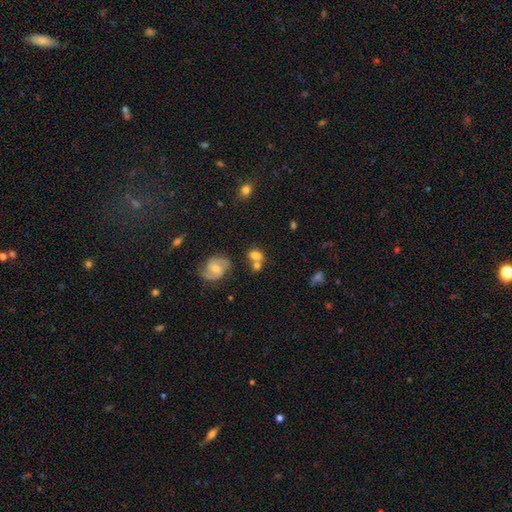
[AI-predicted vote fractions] Smooth or featured? Predicted: smooth (p=0.64). How rounded? Predicted: in between (p=0.53). Merging? Predicted: none (p=0.51).